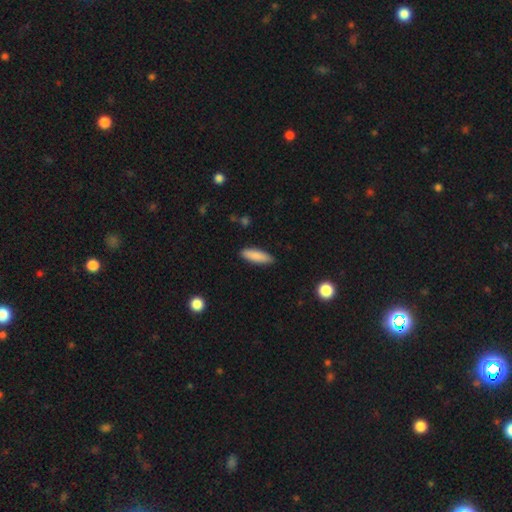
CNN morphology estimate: This appears to be a smooth galaxy with no disk features (86%) that is cigar-shaped (60%). Merging: none (87%).